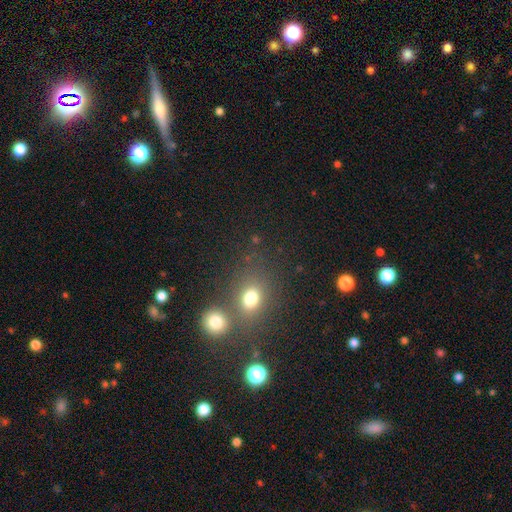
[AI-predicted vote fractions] Smooth or featured: smooth — 49% (star or artifact — 39%)
Merging: none — 70% (merger — 17%)